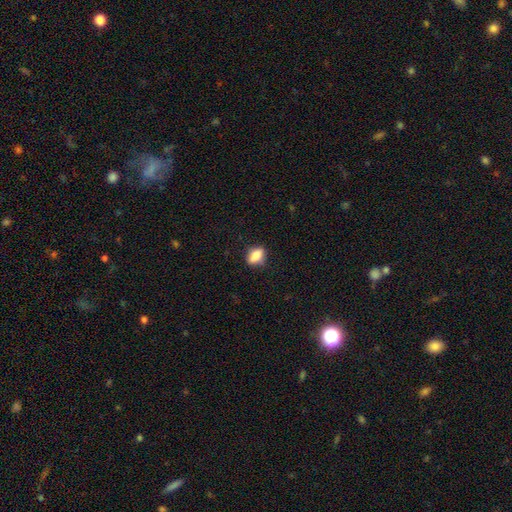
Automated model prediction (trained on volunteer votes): smooth-or-featured: smooth: 81% | featured or disk: 11% | star or artifact: 8%
  how-rounded: in between: 76% | round: 17% | cigar-shaped: 6%
  merging: none: 80% | minor disturbance: 16% | major disturbance: 3% | merger: 1%